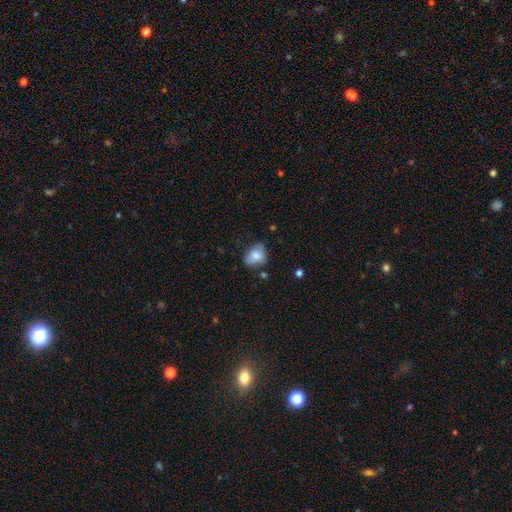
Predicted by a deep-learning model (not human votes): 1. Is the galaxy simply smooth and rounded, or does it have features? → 76% smooth, 16% featured or disk, 8% star or artifact.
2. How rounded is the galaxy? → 63% in between, 35% round, 1% cigar-shaped.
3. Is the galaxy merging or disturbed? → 55% none, 32% minor disturbance, 8% major disturbance, 5% merger.